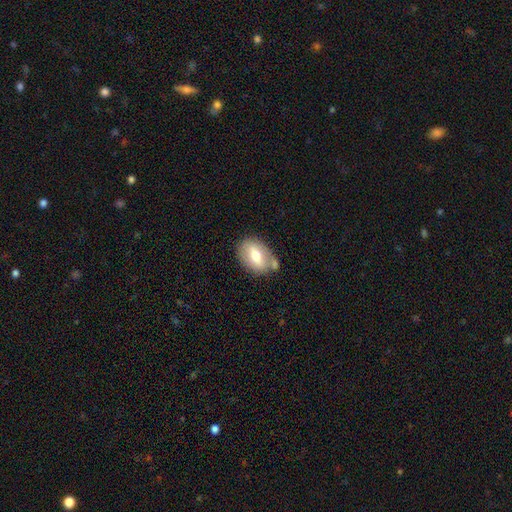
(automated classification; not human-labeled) Q: Smooth or featured?
A: smooth (59%); runner-up: featured or disk (34%)
Q: How rounded?
A: in between (84%); runner-up: round (14%)
Q: Merging?
A: none (62%); runner-up: minor disturbance (18%)